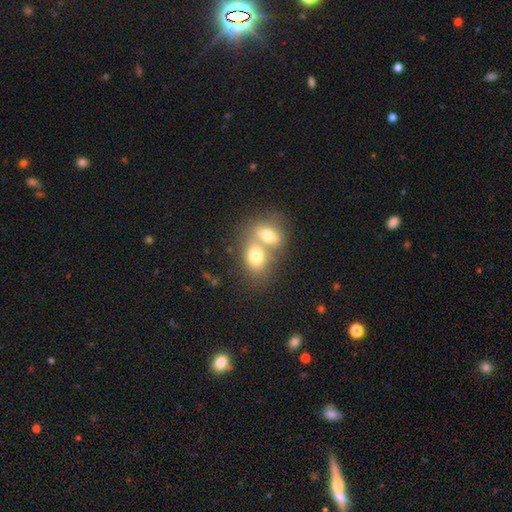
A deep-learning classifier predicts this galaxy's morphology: Smooth or featured?
  - smooth: 73% *
  - featured or disk: 18%
  - star or artifact: 9%
How rounded?
  - in between: 66% *
  - round: 32%
  - cigar-shaped: 2%
Merging?
  - merger: 64% *
  - none: 26%
  - minor disturbance: 6%
  - major disturbance: 3%